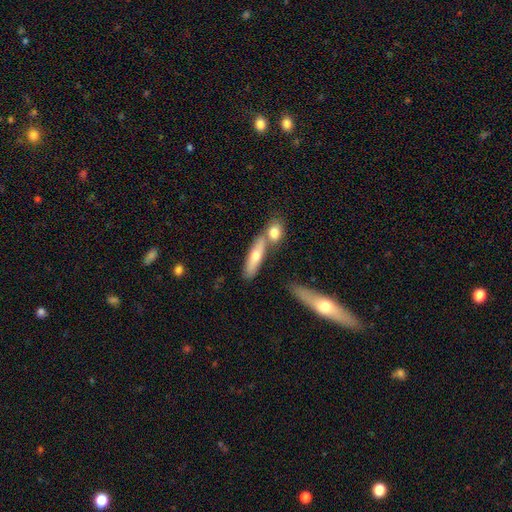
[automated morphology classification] Overall: smooth (60%; featured or disk 34%). How rounded: cigar-shaped (69%). Merging: none (53%; merger 31%).